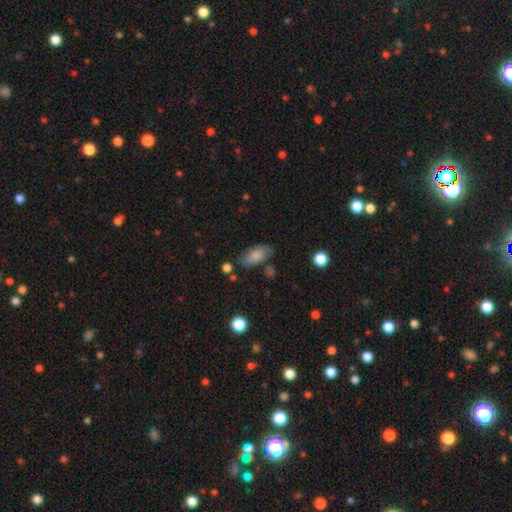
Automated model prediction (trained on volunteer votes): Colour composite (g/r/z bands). It shows a smooth galaxy with no disk features (81%) that is in between round and cigar-shaped (90%). Merging: none (70%).